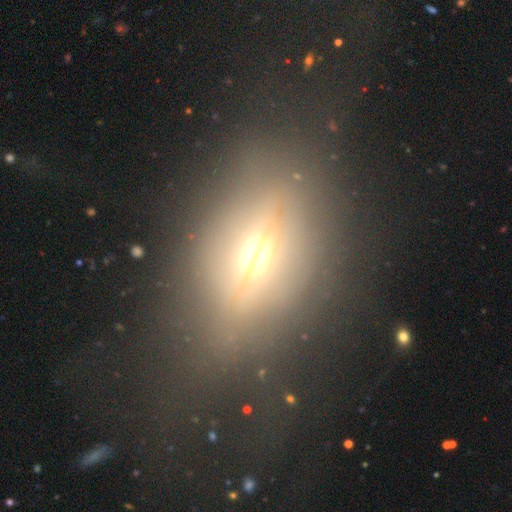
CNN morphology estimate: Smooth or featured? Predicted: featured or disk (p=0.43). Merging? Predicted: none (p=0.63).